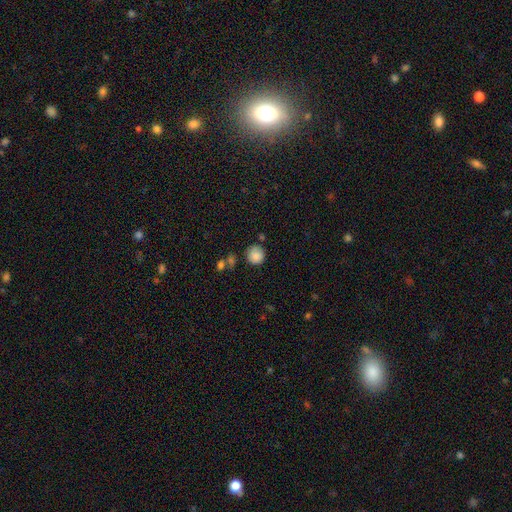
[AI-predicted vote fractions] Q: Smooth or featured?
A: smooth (85%); runner-up: star or artifact (9%)
Q: How rounded?
A: round (92%); runner-up: in between (7%)
Q: Merging?
A: none (78%); runner-up: minor disturbance (14%)